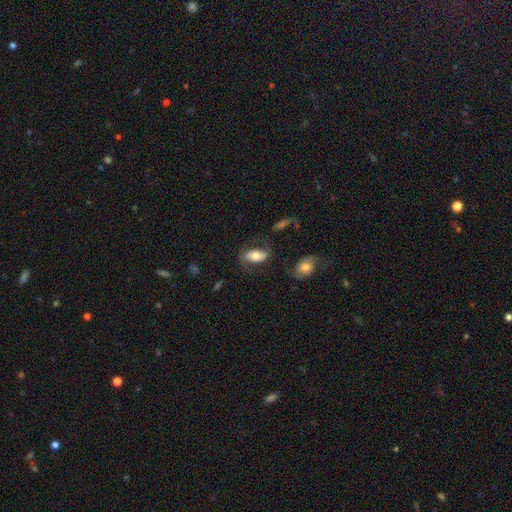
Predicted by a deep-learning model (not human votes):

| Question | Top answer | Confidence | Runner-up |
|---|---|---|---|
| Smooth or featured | smooth | 56% | featured or disk (37%) |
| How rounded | in between | 89% | round (6%) |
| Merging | none | 60% | minor disturbance (19%) |